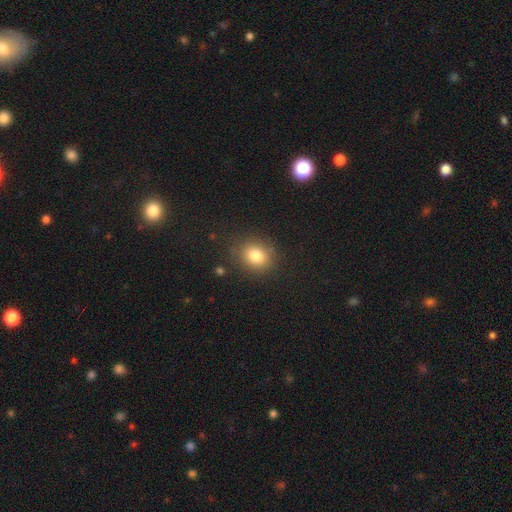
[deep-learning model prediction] Morphology: type=smooth (81%); roundness=round (63%); merging=none (85%).